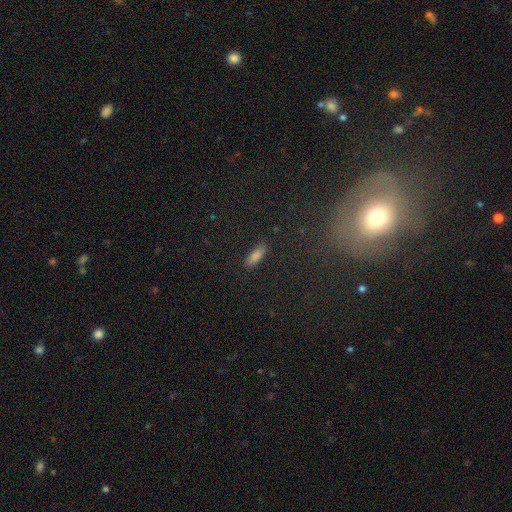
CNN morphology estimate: A smooth galaxy with no disk features (78%) that is in between round and cigar-shaped (54%).

Vote fractions:
- Smooth or featured? smooth: 78% / star or artifact: 13% / featured or disk: 9%
- How rounded? in between: 54% / cigar-shaped: 42% / round: 4%
- Merging? none: 88% / minor disturbance: 8% / major disturbance: 2% / merger: 1%